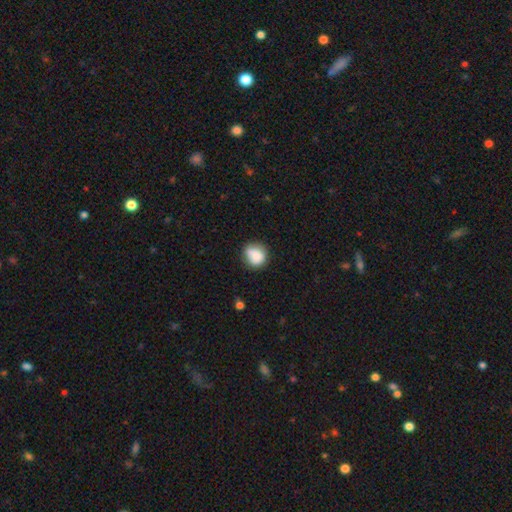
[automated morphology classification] Smooth or featured? smooth (81%)
How rounded? round (80%)
Merging? none (70%)